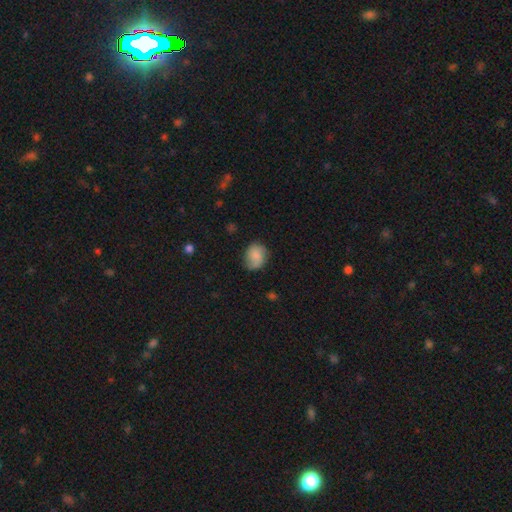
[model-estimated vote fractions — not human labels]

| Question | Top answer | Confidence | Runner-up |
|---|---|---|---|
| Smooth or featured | smooth | 72% | featured or disk (20%) |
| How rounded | round | 54% | in between (45%) |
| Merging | none | 66% | minor disturbance (25%) |